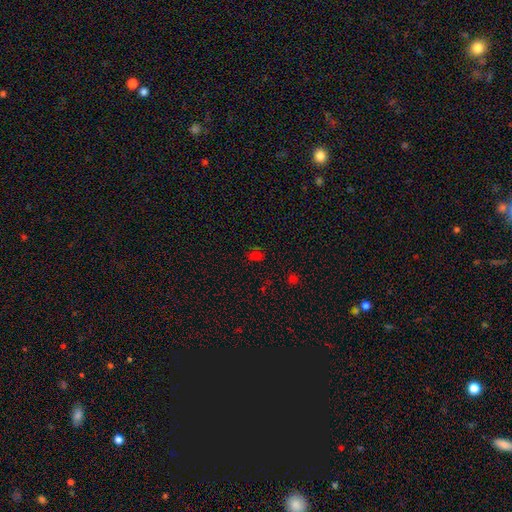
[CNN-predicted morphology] A smooth galaxy with no disk features (56%) that is in between round and cigar-shaped (53%). Merging: none (74%).